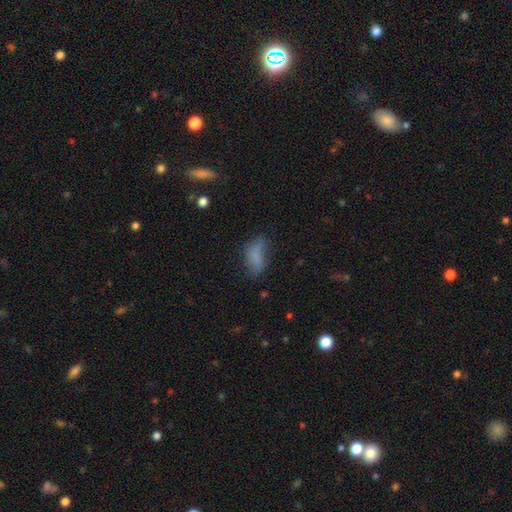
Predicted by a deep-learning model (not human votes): Smooth or featured?
  - smooth: 74% *
  - featured or disk: 15%
  - star or artifact: 11%
How rounded?
  - in between: 86% *
  - cigar-shaped: 9%
  - round: 5%
Merging?
  - none: 50% *
  - minor disturbance: 30%
  - major disturbance: 17%
  - merger: 3%